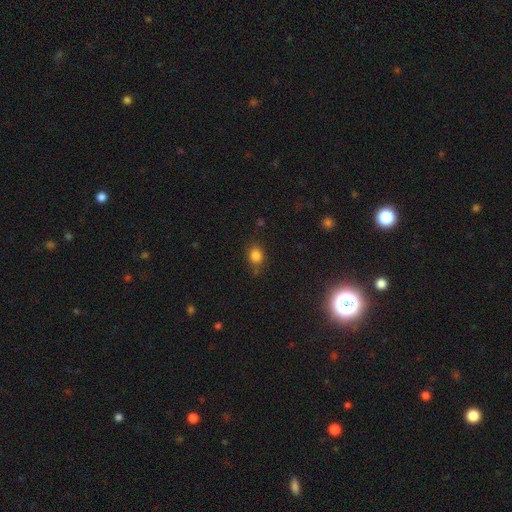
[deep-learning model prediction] Morphology: type=smooth (83%); roundness=round (67%); merging=none (75%).